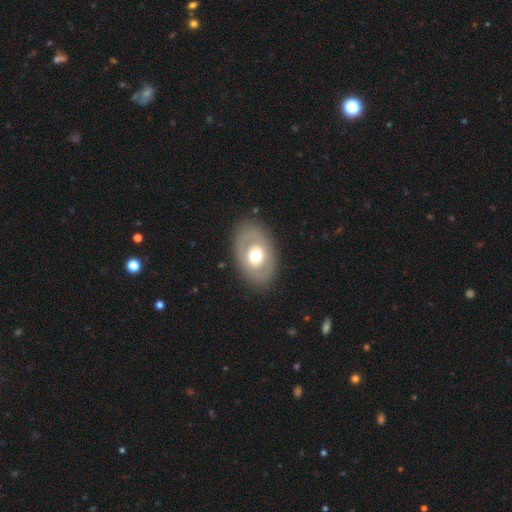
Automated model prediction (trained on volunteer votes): Smooth or featured?
  - smooth: 48% *
  - featured or disk: 46%
  - star or artifact: 6%
Merging?
  - none: 84% *
  - minor disturbance: 10%
  - major disturbance: 5%
  - merger: 1%